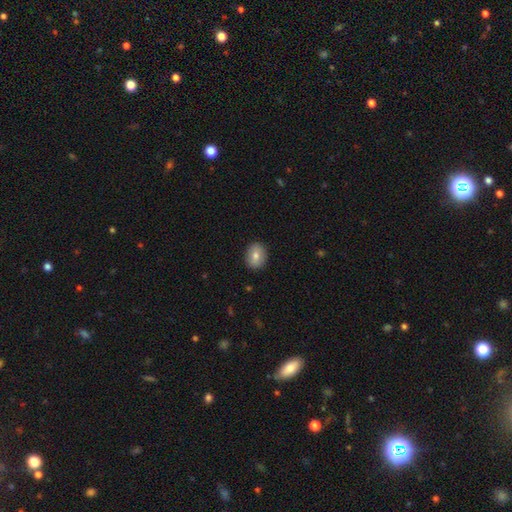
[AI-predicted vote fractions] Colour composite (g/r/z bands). It shows a smooth galaxy with no disk features (77%) that is round (51%). Merging: none (90%).